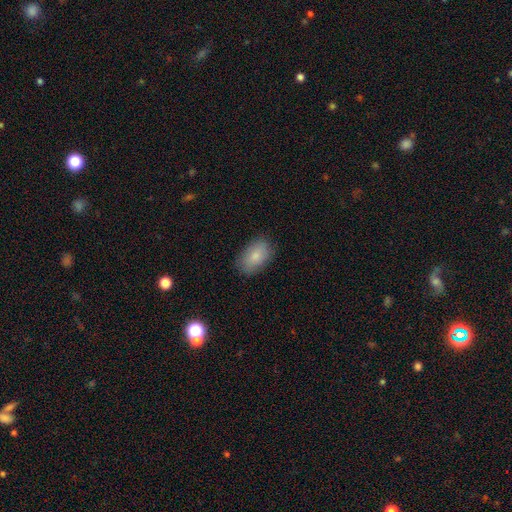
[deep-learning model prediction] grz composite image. It shows a smooth galaxy with no disk features (84%) that is in between round and cigar-shaped (91%). Merging: none (83%).